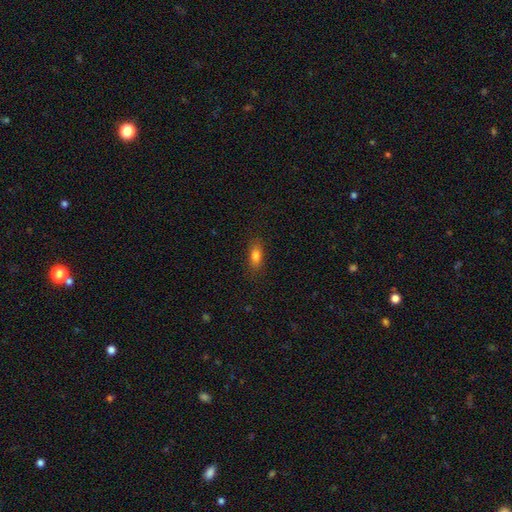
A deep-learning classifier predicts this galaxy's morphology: Smooth or featured? smooth (81%)
How rounded? in between (79%)
Merging? none (84%)